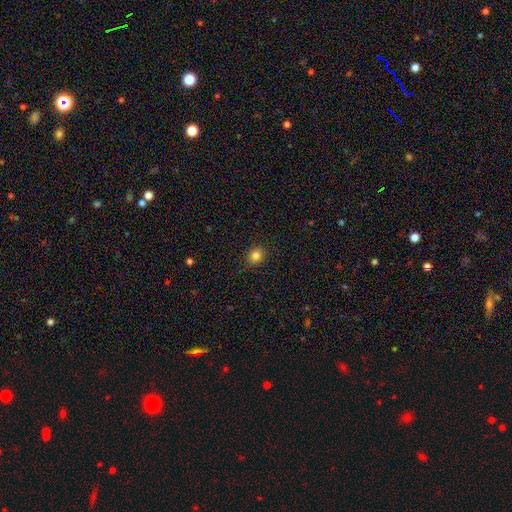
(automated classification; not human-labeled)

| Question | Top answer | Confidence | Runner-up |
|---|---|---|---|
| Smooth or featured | smooth | 81% | star or artifact (13%) |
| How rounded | round | 72% | in between (27%) |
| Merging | none | 83% | minor disturbance (12%) |